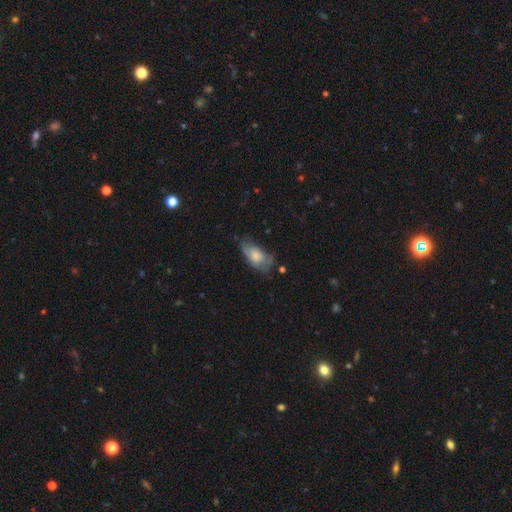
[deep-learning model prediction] Smooth or featured? smooth (65%)
How rounded? in between (89%)
Merging? none (41%)